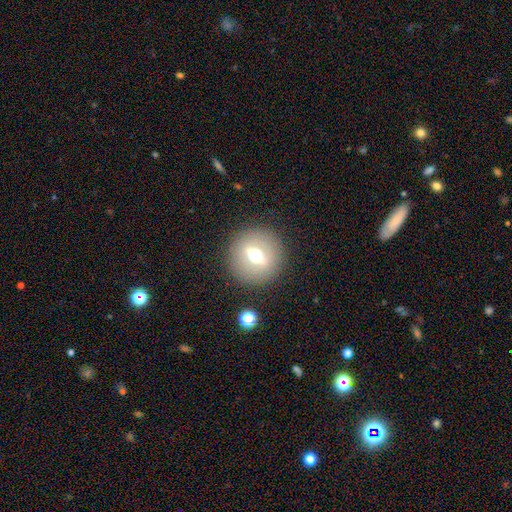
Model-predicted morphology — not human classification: Q: Smooth or featured?
A: featured or disk (49%); runner-up: smooth (40%)
Q: Merging?
A: none (87%); runner-up: minor disturbance (7%)